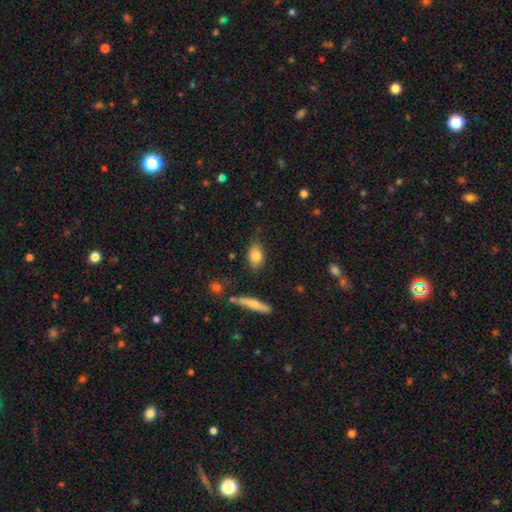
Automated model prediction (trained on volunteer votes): This is clearly a smooth galaxy (82%). How rounded: clearly in between (82%). Merging: likely none (77%).